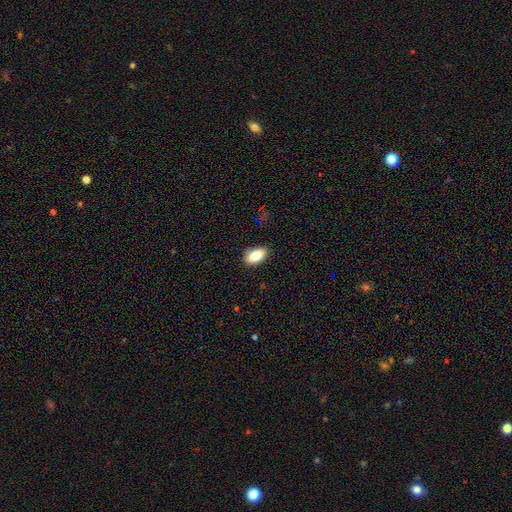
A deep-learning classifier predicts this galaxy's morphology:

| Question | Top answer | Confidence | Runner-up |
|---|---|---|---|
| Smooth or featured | smooth | 79% | featured or disk (13%) |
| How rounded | in between | 88% | cigar-shaped (8%) |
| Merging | none | 83% | minor disturbance (12%) |